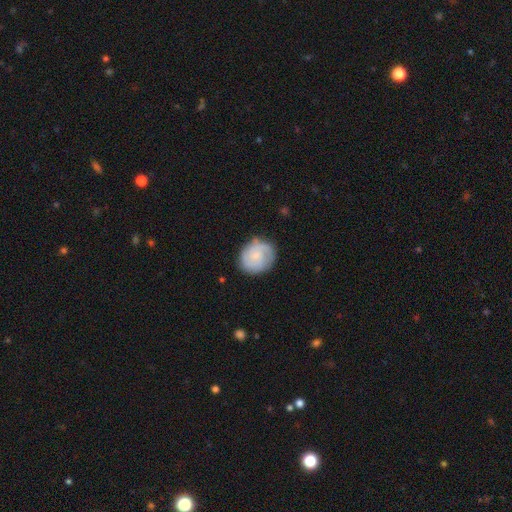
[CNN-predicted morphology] This is possibly a featured or disk galaxy (50%). It is clearly not viewed edge-on (98%). Merging: likely none (74%).